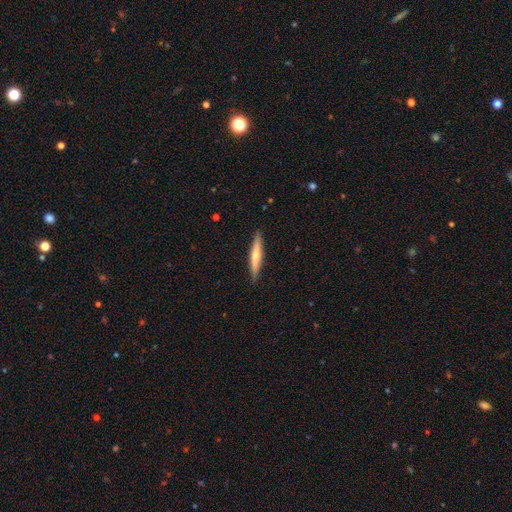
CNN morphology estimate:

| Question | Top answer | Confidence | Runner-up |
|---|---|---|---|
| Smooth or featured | smooth | 54% | featured or disk (41%) |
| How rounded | cigar-shaped | 92% | in between (6%) |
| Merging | none | 90% | minor disturbance (8%) |